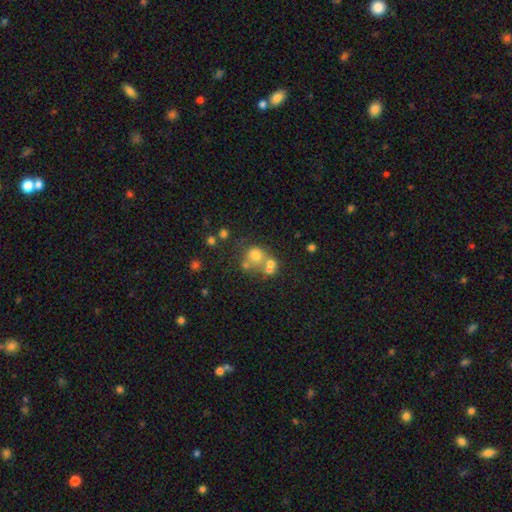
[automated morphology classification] smooth 61%, featured or disk 21%, star or artifact 17%. Down the decision tree: how rounded — round (81%); merging — merger (46%).